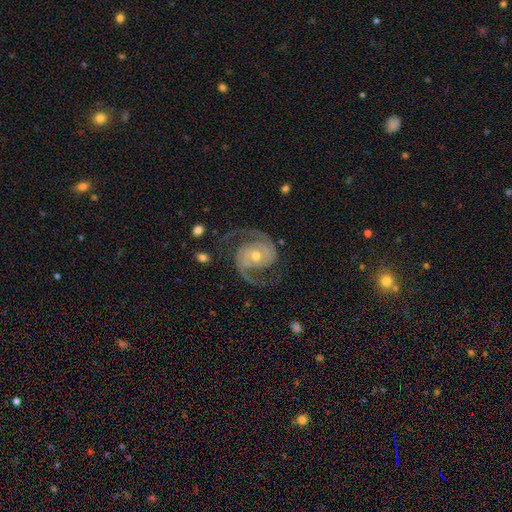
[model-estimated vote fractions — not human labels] Smooth or featured? featured or disk (93%)
Edge-on disk? no (98%)
Bar? no (64%)
Spiral arms? yes (99%)
Spiral winding? medium (57%)
Spiral arm count? 2 (94%)
Bulge size? moderate (60%)
Merging? none (80%)